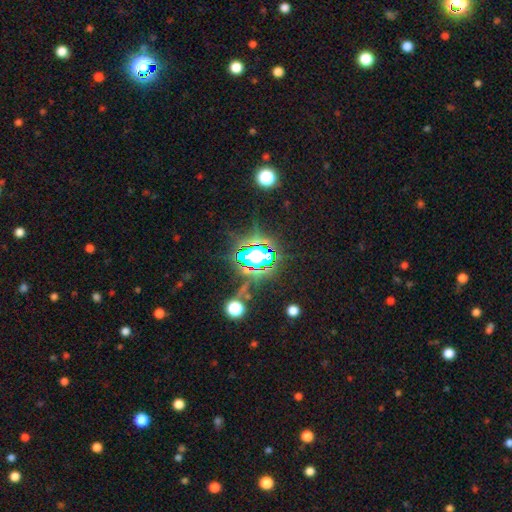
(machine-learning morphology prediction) star or artifact 67%, smooth 20%, featured or disk 12%.